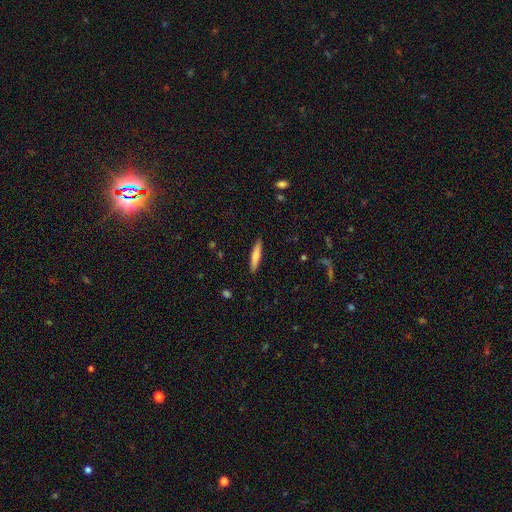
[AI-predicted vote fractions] Overall: smooth (70%). How rounded: cigar-shaped (89%). Merging: none (90%).